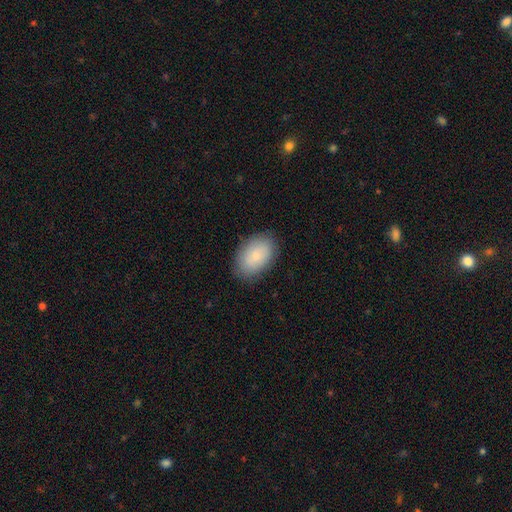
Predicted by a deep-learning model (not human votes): Smooth or featured? Predicted: smooth (p=0.82). How rounded? Predicted: in between (p=0.90). Merging? Predicted: none (p=0.85).